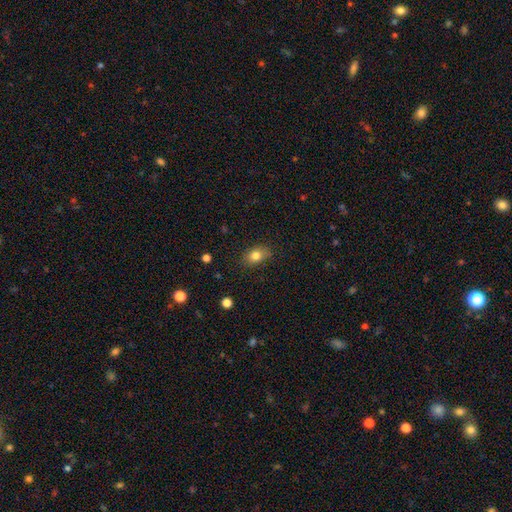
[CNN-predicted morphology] smooth_or_featured: smooth (p=0.81) [alt: star or artifact p=0.10]
how_rounded: in between (p=0.73) [alt: round p=0.25]
merging: none (p=0.82) [alt: minor disturbance p=0.14]